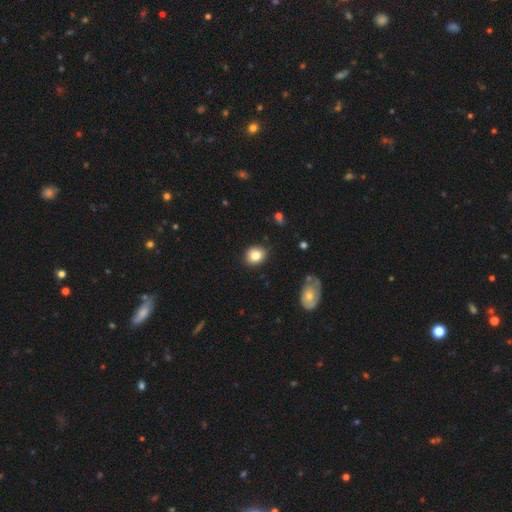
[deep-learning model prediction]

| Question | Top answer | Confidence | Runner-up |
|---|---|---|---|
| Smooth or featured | smooth | 83% | star or artifact (9%) |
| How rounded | round | 59% | in between (40%) |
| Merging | none | 85% | minor disturbance (11%) |